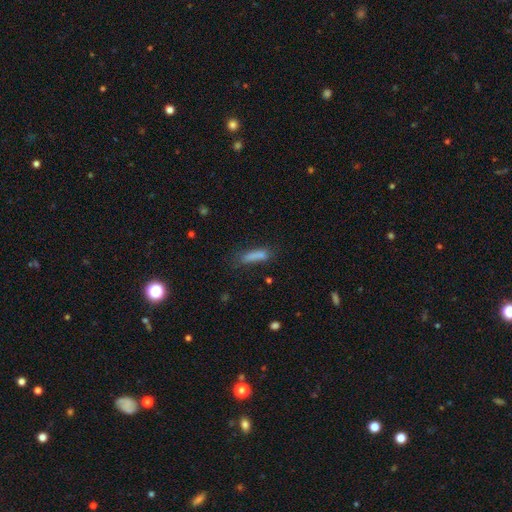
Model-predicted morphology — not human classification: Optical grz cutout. It shows a smooth galaxy with no disk features (79%) that is cigar-shaped (70%). Merging: none (55%).